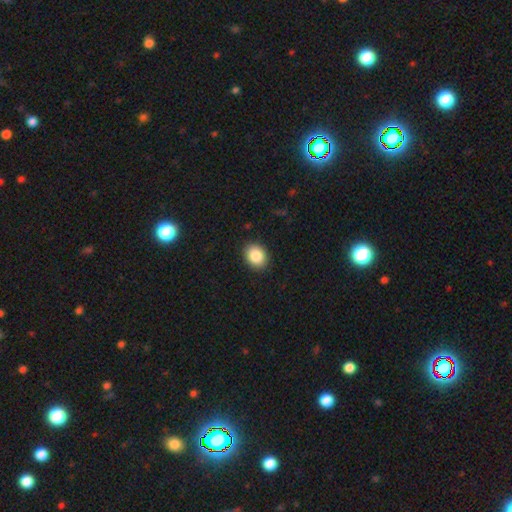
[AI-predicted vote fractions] smooth 87%, star or artifact 8%, featured or disk 5%. Down the decision tree: how rounded — in between (50%); merging — none (90%).